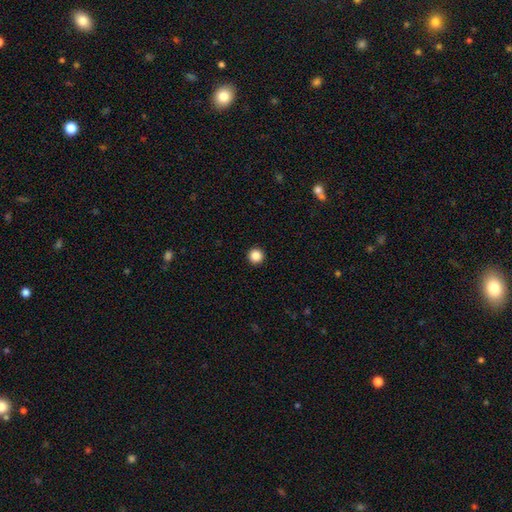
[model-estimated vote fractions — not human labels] This is clearly a smooth galaxy (86%). How rounded: clearly round (96%). Merging: clearly none (94%).